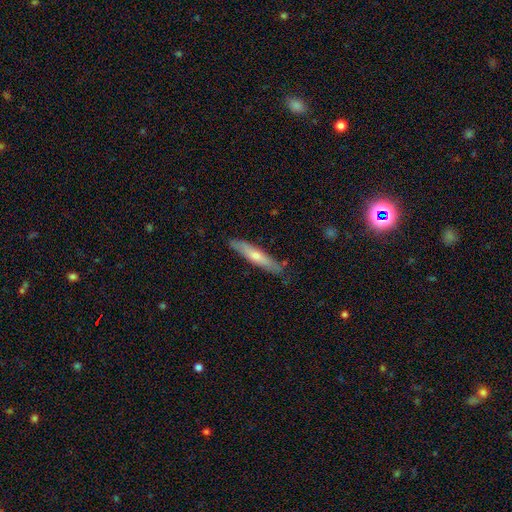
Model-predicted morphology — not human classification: Overall: smooth (51%; featured or disk 44%). How rounded: cigar-shaped (88%). Merging: none (83%).